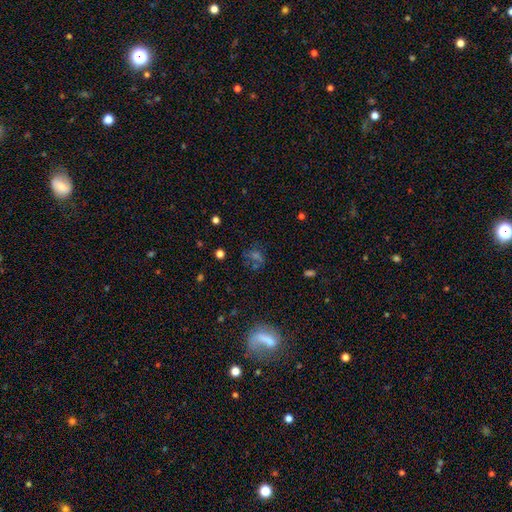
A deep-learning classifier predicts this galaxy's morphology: Smooth or featured: smooth — 39% (star or artifact — 36%)
Merging: none — 62% (minor disturbance — 16%)